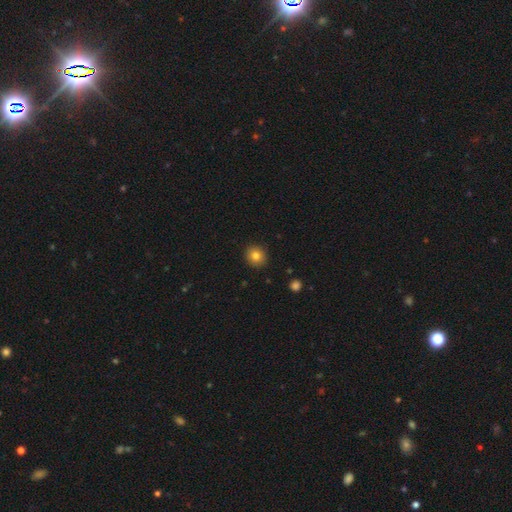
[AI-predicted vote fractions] Smooth or featured: smooth — 81% (star or artifact — 11%)
How rounded: round — 90% (in between — 9%)
Merging: none — 91% (minor disturbance — 6%)